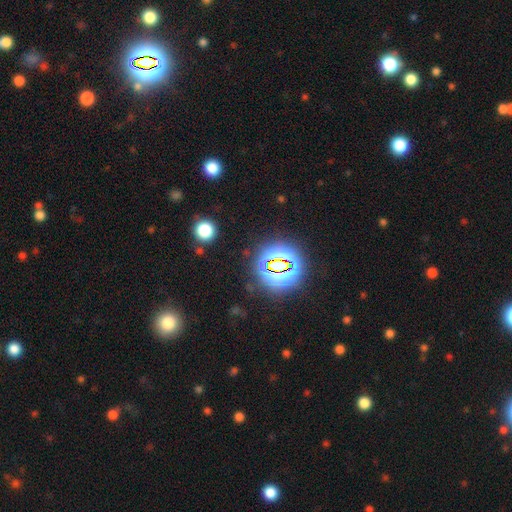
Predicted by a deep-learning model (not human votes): Smooth or featured?
  - star or artifact: 80% *
  - smooth: 13%
  - featured or disk: 7%